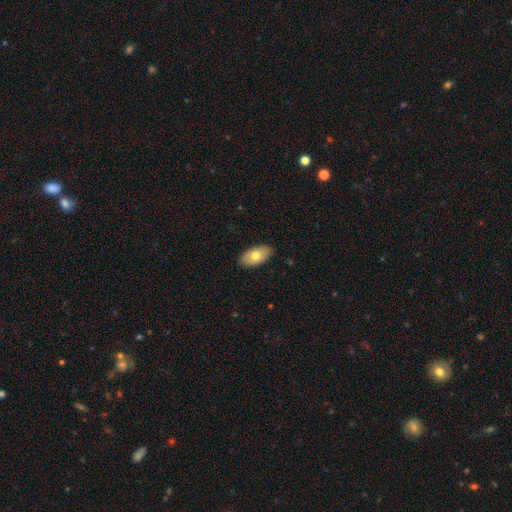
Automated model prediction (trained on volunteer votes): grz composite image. It shows a smooth galaxy with no disk features (72%) that is in between round and cigar-shaped (95%). Merging: none (88%).